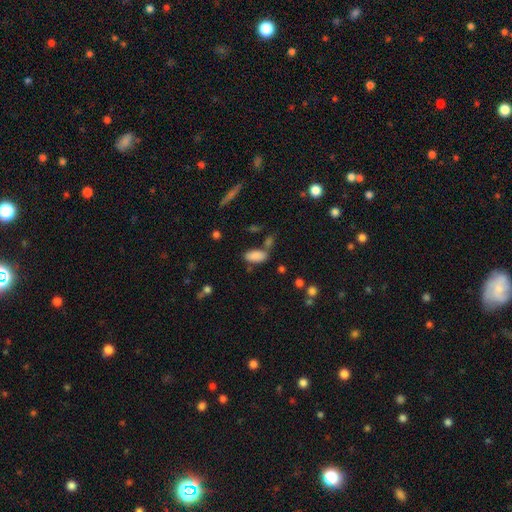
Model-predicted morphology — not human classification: Smooth or featured?
  - smooth: 85% *
  - star or artifact: 9%
  - featured or disk: 6%
How rounded?
  - in between: 89% *
  - cigar-shaped: 9%
  - round: 2%
Merging?
  - none: 66% *
  - minor disturbance: 16%
  - merger: 13%
  - major disturbance: 5%